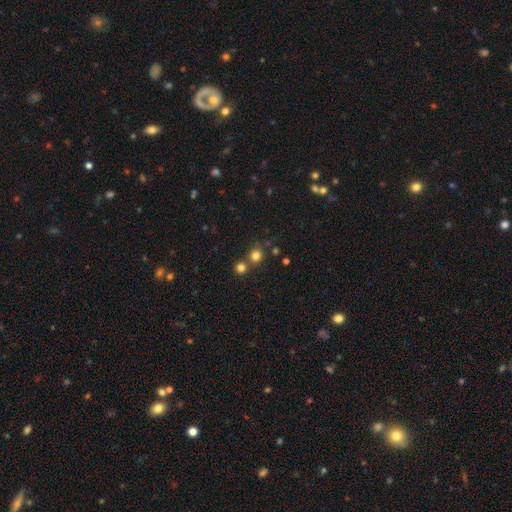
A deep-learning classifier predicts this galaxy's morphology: Smooth or featured? smooth (79%)
How rounded? round (89%)
Merging? none (66%)